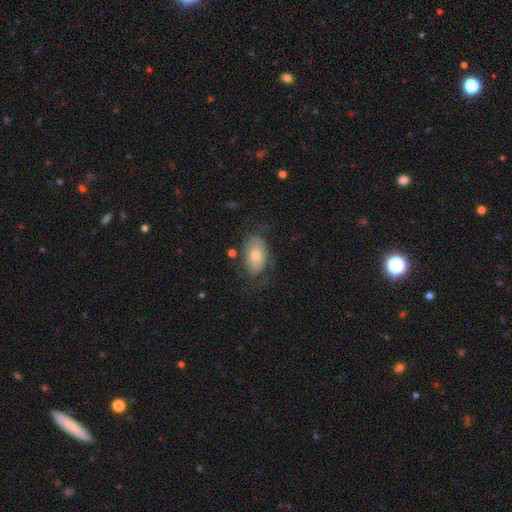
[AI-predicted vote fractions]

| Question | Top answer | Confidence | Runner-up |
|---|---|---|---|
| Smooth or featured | smooth | 56% | featured or disk (37%) |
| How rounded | in between | 91% | round (8%) |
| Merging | none | 54% | minor disturbance (26%) |